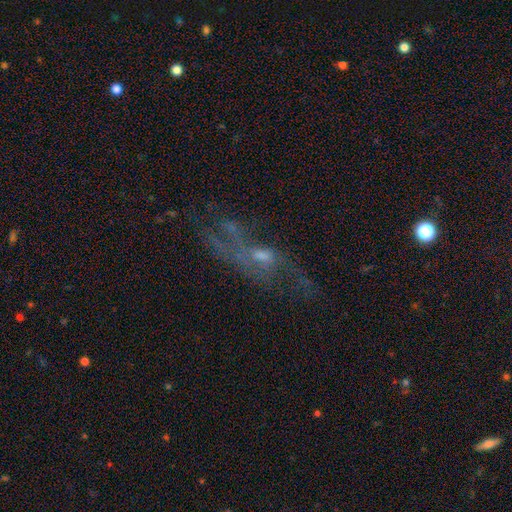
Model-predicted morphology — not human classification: This appears to be a featured or disk galaxy (55%). Merging: none (51%).